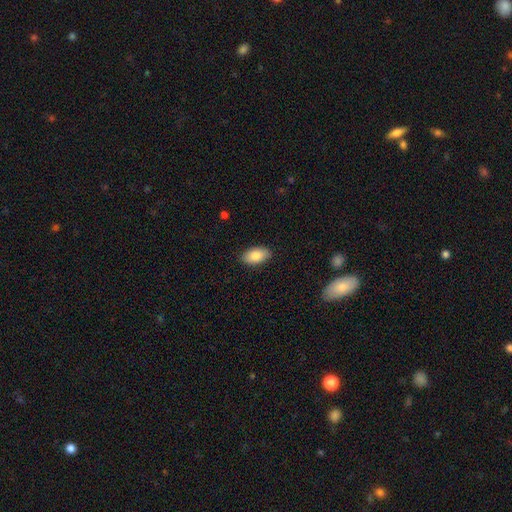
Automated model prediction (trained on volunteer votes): Overall: smooth (84%). How rounded: in between (94%). Merging: none (89%).